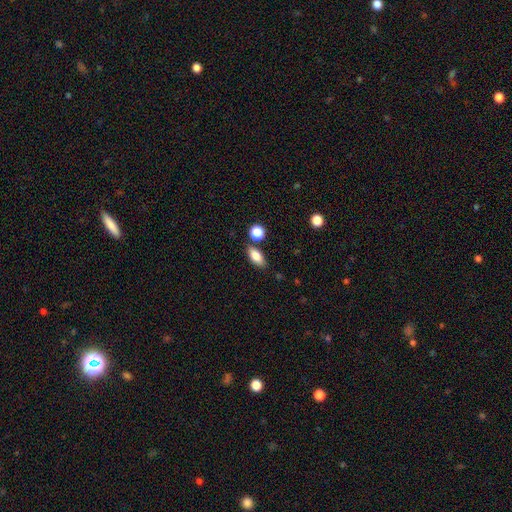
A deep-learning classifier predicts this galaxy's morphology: smooth-or-featured: smooth: 83% | featured or disk: 8% | star or artifact: 8%
  how-rounded: in between: 84% | cigar-shaped: 9% | round: 7%
  merging: none: 75% | minor disturbance: 12% | merger: 9% | major disturbance: 3%